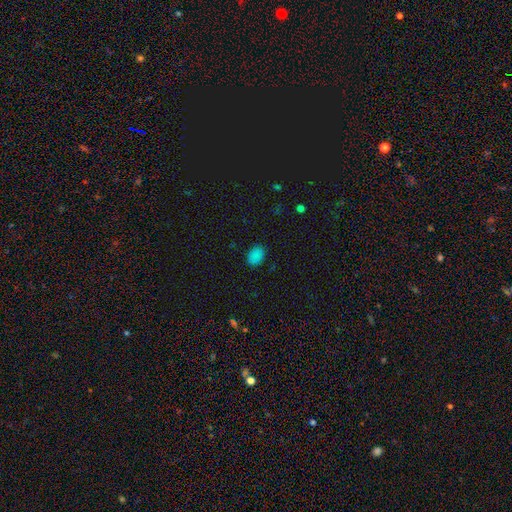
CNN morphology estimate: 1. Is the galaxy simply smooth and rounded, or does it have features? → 84% smooth, 13% star or artifact, 3% featured or disk.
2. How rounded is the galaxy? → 75% in between, 24% round, 1% cigar-shaped.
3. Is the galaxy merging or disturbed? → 86% none, 11% minor disturbance, 2% major disturbance, 1% merger.